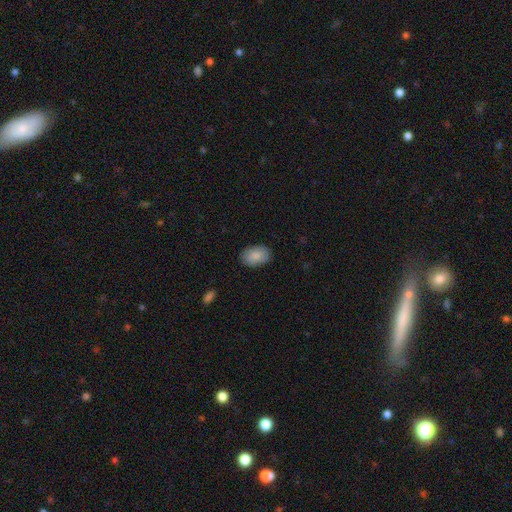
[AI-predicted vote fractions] smooth 87%, featured or disk 7%, star or artifact 6%. Down the decision tree: how rounded — in between (87%); merging — none (86%).